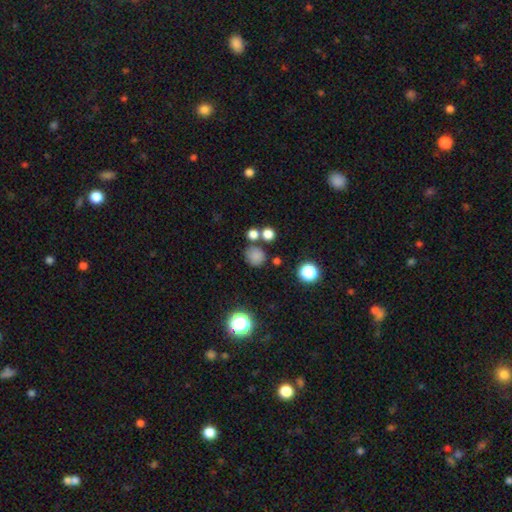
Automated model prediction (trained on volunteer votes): This is likely a smooth galaxy (77%). How rounded: clearly round (86%). Merging: likely none (71%).